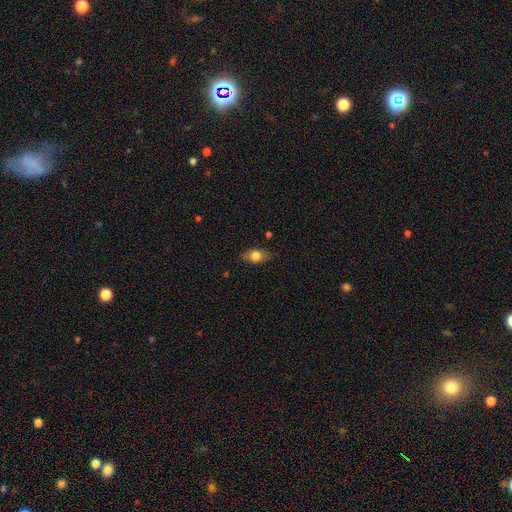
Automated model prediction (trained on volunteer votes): This appears to be a smooth galaxy with no disk features (75%) that is in between round and cigar-shaped (84%). Merging: none (80%).